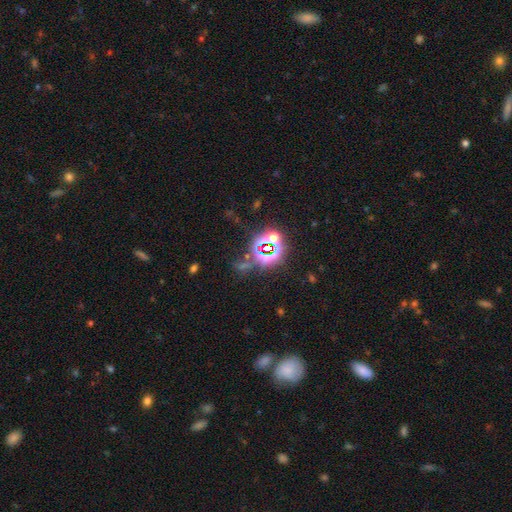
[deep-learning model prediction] A star or artifact, not a galaxy (76%).